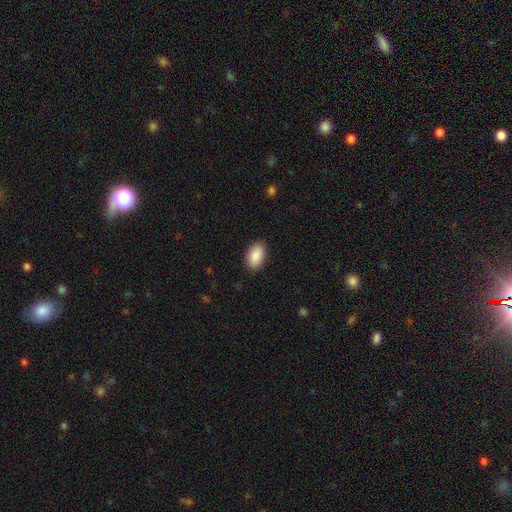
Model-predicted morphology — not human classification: A smooth galaxy with no disk features (90%) that is in between round and cigar-shaped (93%). Merging: none (87%).